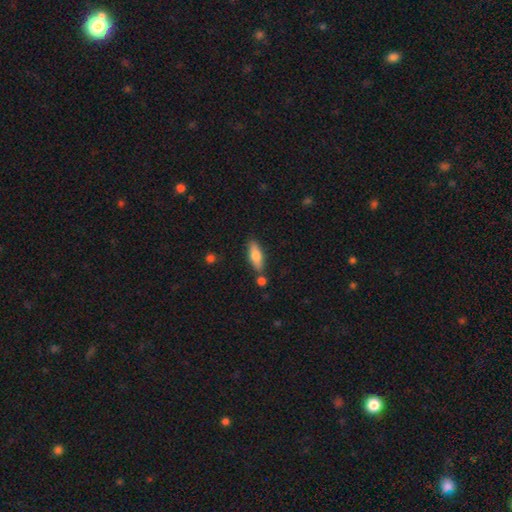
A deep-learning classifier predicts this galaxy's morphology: This appears to be a smooth galaxy with no disk features (69%) that is in between round and cigar-shaped (59%). Merging: none (77%).